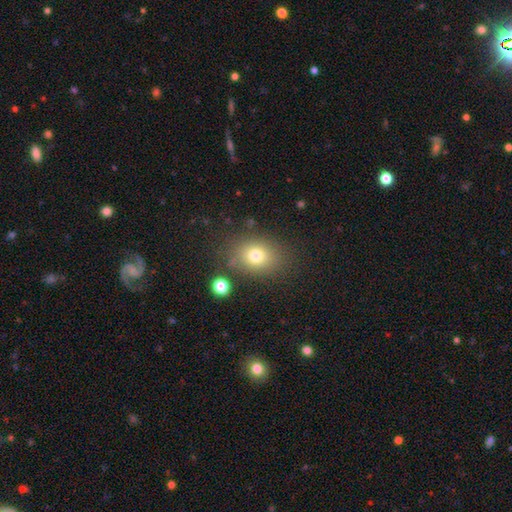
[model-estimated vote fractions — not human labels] The model was most divided on "how rounded": in between: 55%, round: 44%, cigar-shaped: 1%. More confident: merging — none (78%); smooth or featured — smooth (75%).